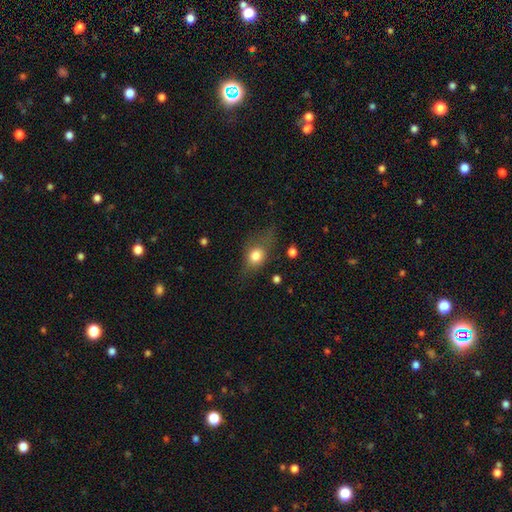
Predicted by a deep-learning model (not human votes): This is likely a smooth galaxy (75%). How rounded: possibly in between (51%). Merging: possibly none (50%).